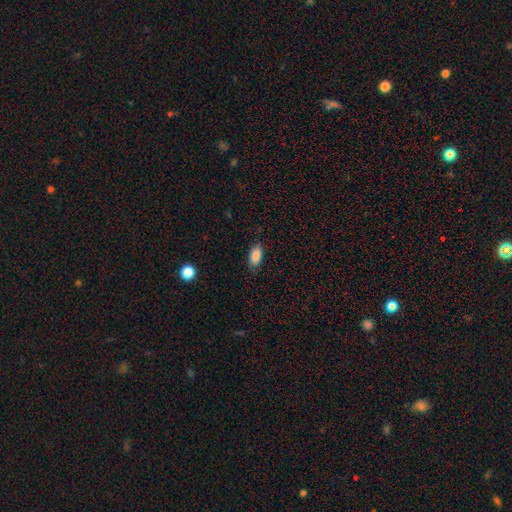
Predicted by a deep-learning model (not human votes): Smooth or featured: smooth — 86% (star or artifact — 7%)
How rounded: in between — 89% (cigar-shaped — 8%)
Merging: none — 80% (minor disturbance — 16%)